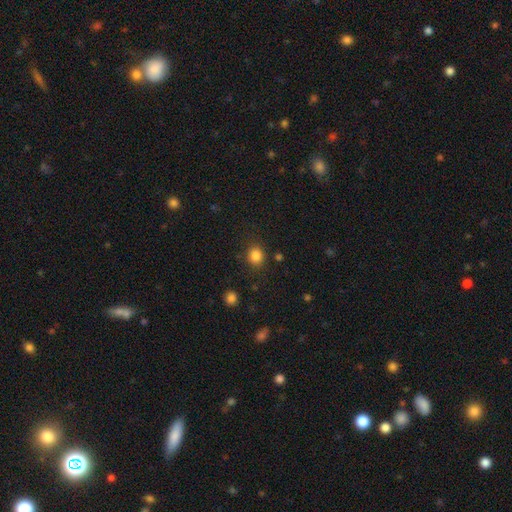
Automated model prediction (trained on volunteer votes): Overall: smooth (84%). How rounded: round (82%). Merging: none (85%).